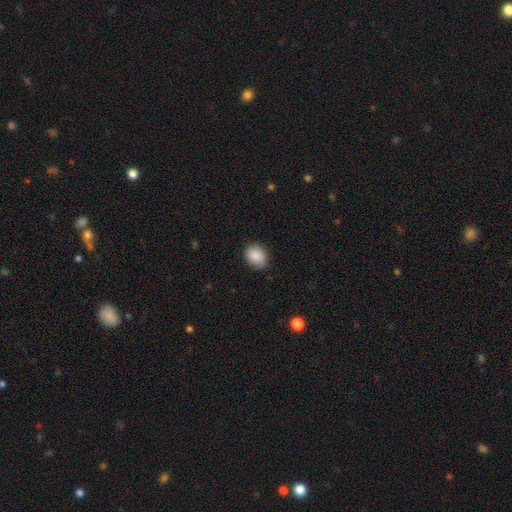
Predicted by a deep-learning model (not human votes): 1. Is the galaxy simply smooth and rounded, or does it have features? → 88% smooth, 8% star or artifact, 4% featured or disk.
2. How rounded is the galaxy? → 56% in between, 43% round, 1% cigar-shaped.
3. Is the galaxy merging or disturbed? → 85% none, 11% minor disturbance, 2% major disturbance, 1% merger.